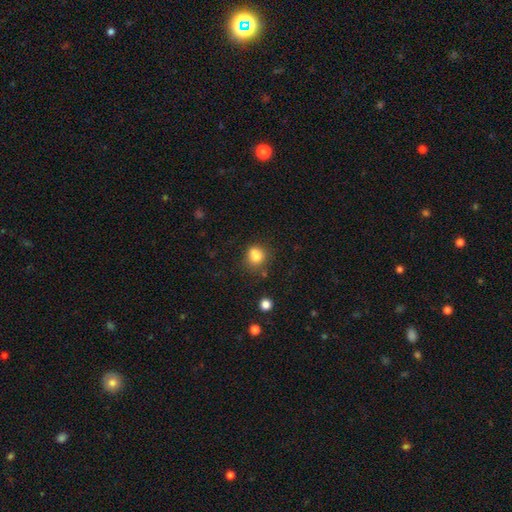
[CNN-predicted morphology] Q: Smooth or featured?
A: smooth (80%); runner-up: star or artifact (12%)
Q: How rounded?
A: round (74%); runner-up: in between (25%)
Q: Merging?
A: none (57%); runner-up: minor disturbance (20%)